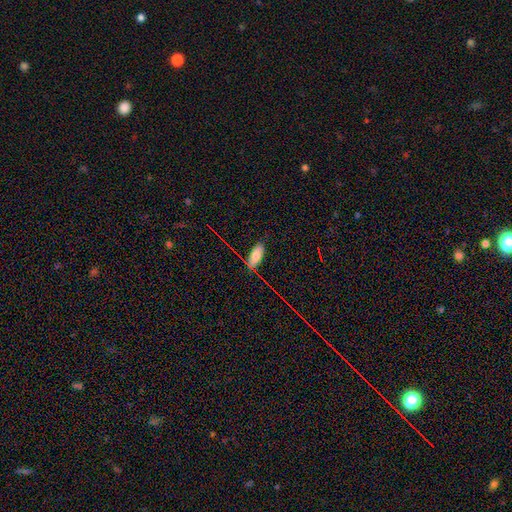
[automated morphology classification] Smooth or featured? Predicted: smooth (p=0.75). How rounded? Predicted: in between (p=0.79). Merging? Predicted: none (p=0.75).